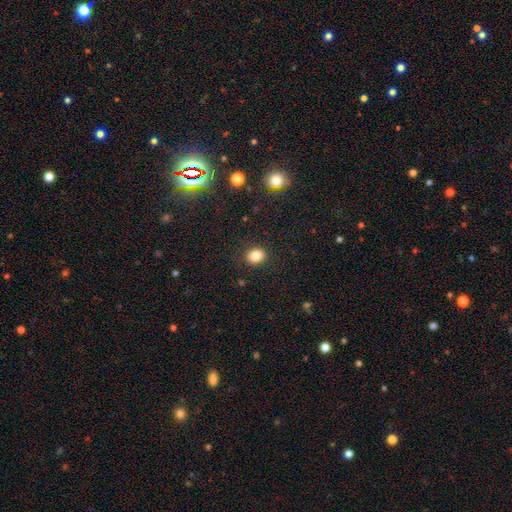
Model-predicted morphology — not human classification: Smooth or featured? Predicted: smooth (p=0.84). How rounded? Predicted: round (p=0.59). Merging? Predicted: none (p=0.89).